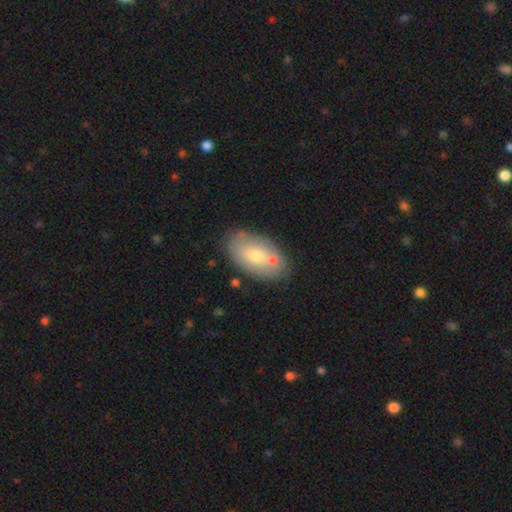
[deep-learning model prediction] Smooth or featured? smooth (61%)
How rounded? in between (93%)
Merging? none (71%)